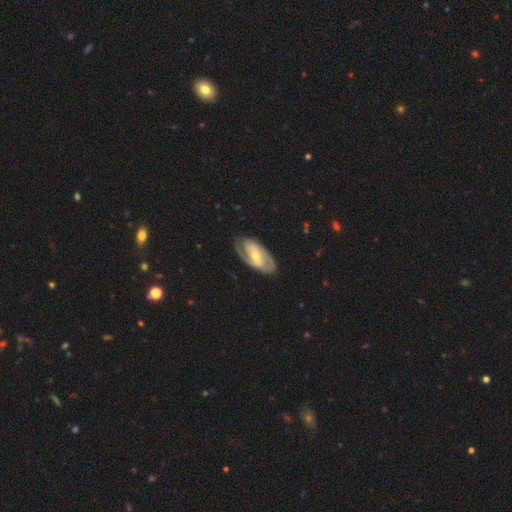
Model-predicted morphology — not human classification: featured or disk 79%, smooth 16%, star or artifact 5%. Down the decision tree: edge-on disk — no (94%); bar — weak (39%); spiral arms — yes (90%); spiral arm count — 2 (72%); spiral winding — tight (49%); bulge size — small (49%); merging — none (75%).